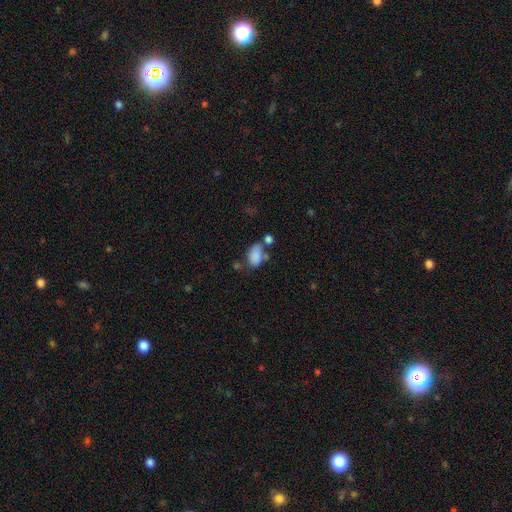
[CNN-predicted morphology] This appears to be a smooth galaxy with no disk features (83%) that is in between round and cigar-shaped (90%). Merging: none (44%).